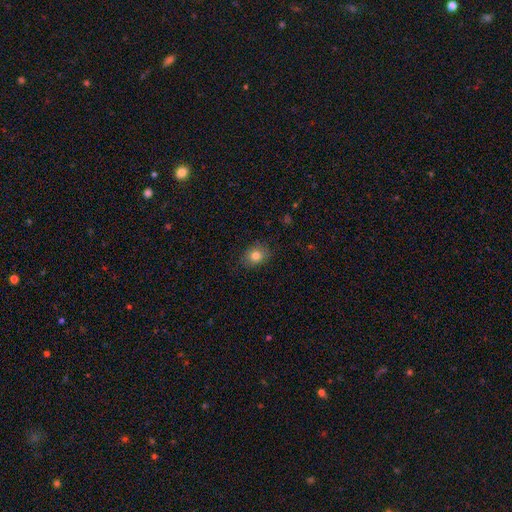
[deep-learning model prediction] Q: Smooth or featured?
A: smooth (81%); runner-up: star or artifact (10%)
Q: How rounded?
A: in between (53%); runner-up: round (46%)
Q: Merging?
A: none (85%); runner-up: minor disturbance (12%)